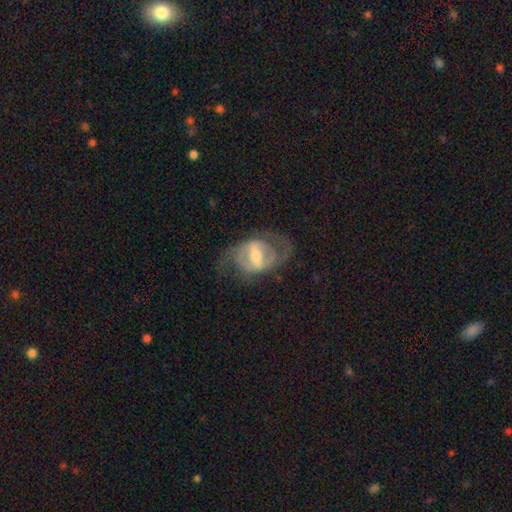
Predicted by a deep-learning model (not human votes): A featured or disk galaxy (79%) with a strong bar (54%), 2 (77%) medium (48%) spiral arms (74%) and a moderate central bulge (59%).

Vote fractions:
- Smooth or featured? featured or disk: 79% / smooth: 15% / star or artifact: 6%
- Edge-on disk? no: 94% / yes: 6%
- Bar? strong: 54% / weak: 35% / no: 11%
- Spiral arms? yes: 74% / no: 26%
- Spiral winding? medium: 48% / tight: 28% / loose: 24%
- Spiral arm count? 2: 77% / can't tell: 14% / 1: 4% / 3: 3% / 4: 1% / more than 4: 1%
- Bulge size? moderate: 59% / small: 29% / large: 8% / none: 2% / dominant: 1%
- Merging? none: 62% / major disturbance: 19% / minor disturbance: 18% / merger: 1%